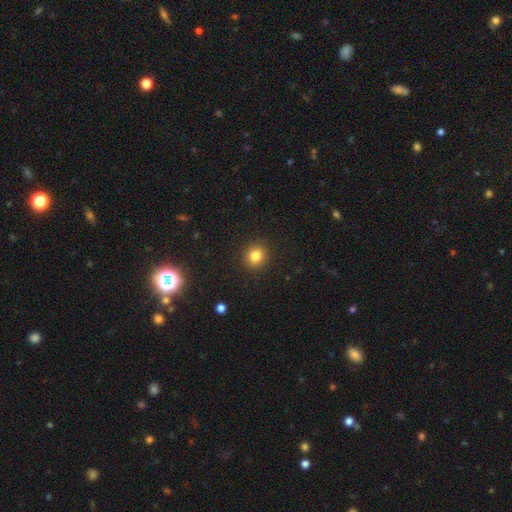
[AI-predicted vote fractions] Smooth or featured?
  - smooth: 83% *
  - star or artifact: 12%
  - featured or disk: 6%
How rounded?
  - round: 82% *
  - in between: 17%
  - cigar-shaped: 1%
Merging?
  - none: 91% *
  - minor disturbance: 6%
  - major disturbance: 2%
  - merger: 1%